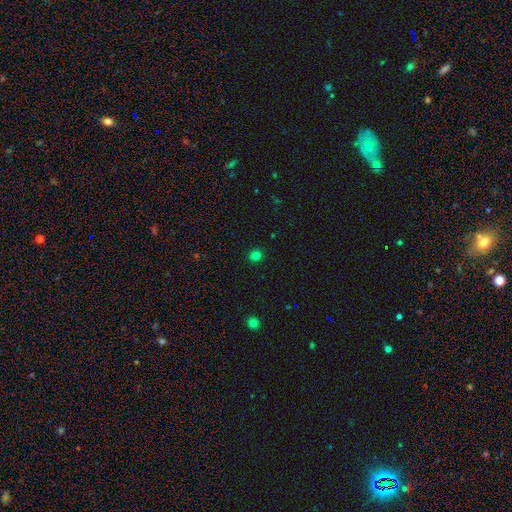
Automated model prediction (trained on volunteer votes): This is likely a smooth galaxy (80%). How rounded: clearly round (90%). Merging: clearly none (92%).